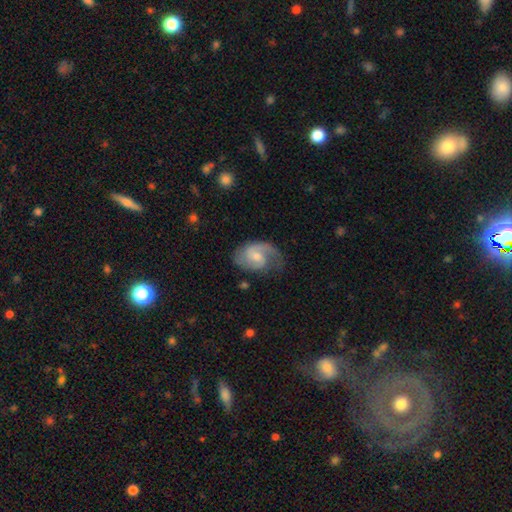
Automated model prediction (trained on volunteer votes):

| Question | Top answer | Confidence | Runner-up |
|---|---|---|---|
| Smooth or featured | featured or disk | 77% | smooth (18%) |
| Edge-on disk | no | 98% | yes (2%) |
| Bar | no | 47% | weak (46%) |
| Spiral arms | yes | 95% | no (5%) |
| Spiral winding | medium | 51% | loose (27%) |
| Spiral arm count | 2 | 73% | 1 (16%) |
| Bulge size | moderate | 44% | small (41%) |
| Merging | none | 58% | minor disturbance (25%) |